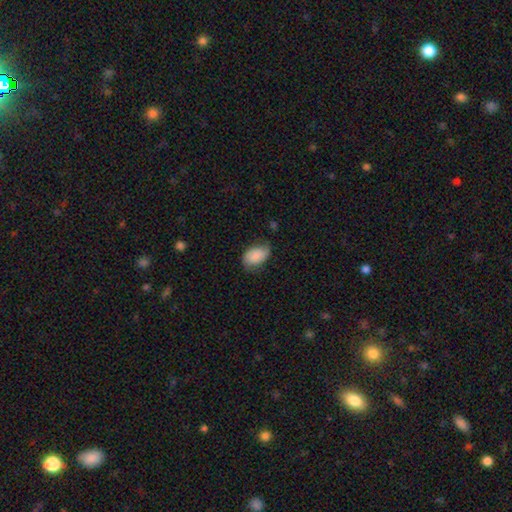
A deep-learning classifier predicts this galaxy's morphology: Smooth or featured? Predicted: smooth (p=0.79). How rounded? Predicted: in between (p=0.90). Merging? Predicted: none (p=0.61).